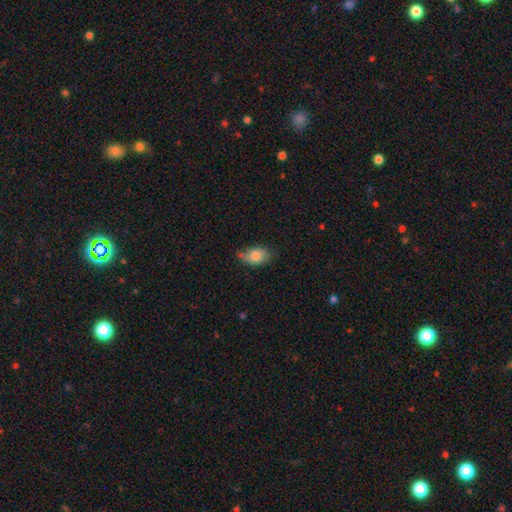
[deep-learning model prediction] Smooth or featured? smooth (78%)
How rounded? in between (88%)
Merging? none (61%)